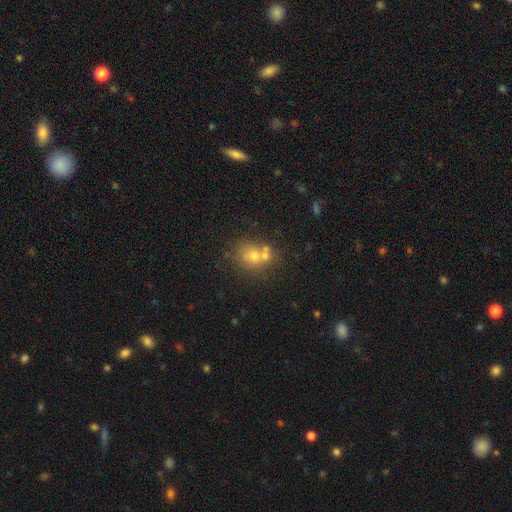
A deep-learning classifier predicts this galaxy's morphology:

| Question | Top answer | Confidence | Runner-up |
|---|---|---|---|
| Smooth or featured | smooth | 64% | featured or disk (20%) |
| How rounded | round | 67% | in between (32%) |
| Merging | none | 42% | tied: merger (42%) |